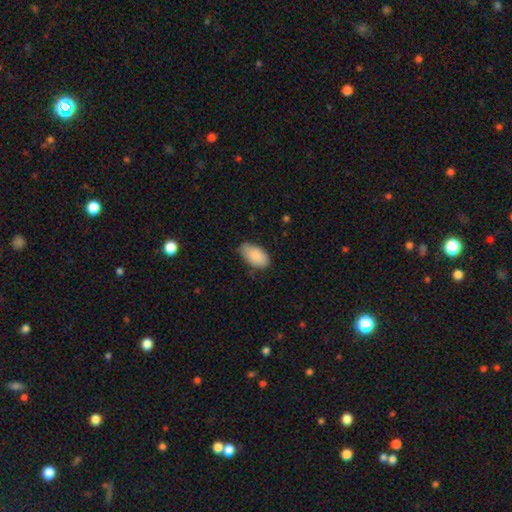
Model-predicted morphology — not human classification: smooth 87%, star or artifact 6%, featured or disk 6%. Down the decision tree: how rounded — in between (94%); merging — none (67%).